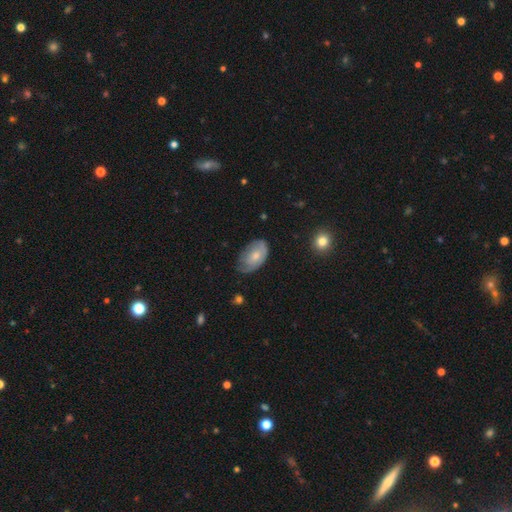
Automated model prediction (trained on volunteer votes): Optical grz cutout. It shows a smooth galaxy with no disk features (56%) that is in between round and cigar-shaped (91%). Merging: none (60%).